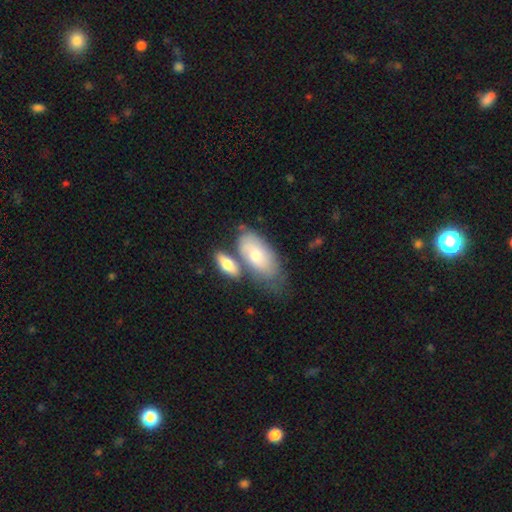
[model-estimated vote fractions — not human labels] smooth-or-featured: smooth: 59% | featured or disk: 35% | star or artifact: 5%
  how-rounded: in between: 91% | cigar-shaped: 6% | round: 3%
  merging: none: 44% | merger: 30% | minor disturbance: 19% | major disturbance: 7%